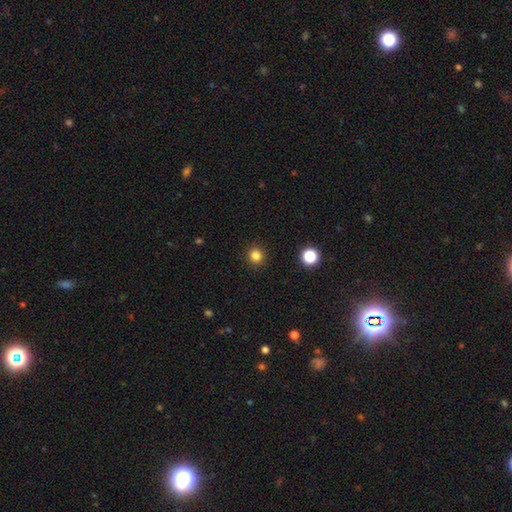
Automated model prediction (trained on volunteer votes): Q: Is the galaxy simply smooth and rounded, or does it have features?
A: smooth — 83%.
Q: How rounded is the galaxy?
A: round — 93%.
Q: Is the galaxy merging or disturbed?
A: none — 92%.